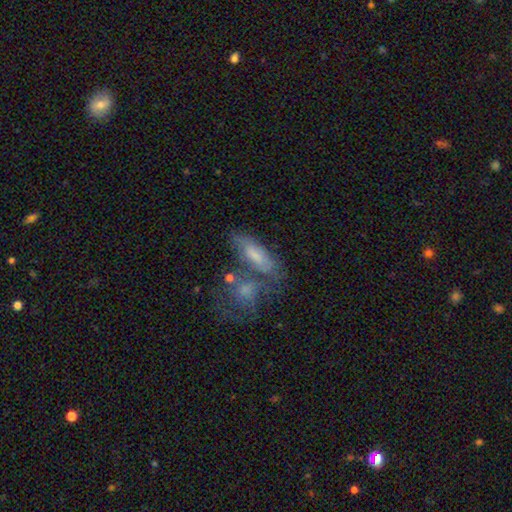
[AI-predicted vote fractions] Smooth or featured? smooth (58%)
How rounded? in between (64%)
Merging? none (38%)